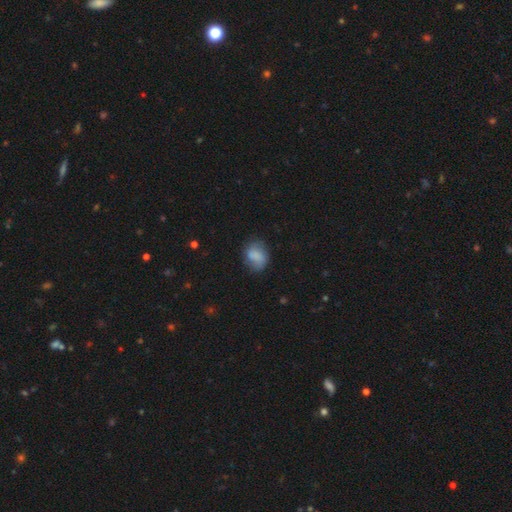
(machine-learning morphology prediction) Smooth or featured? smooth (73%)
How rounded? in between (56%)
Merging? none (64%)